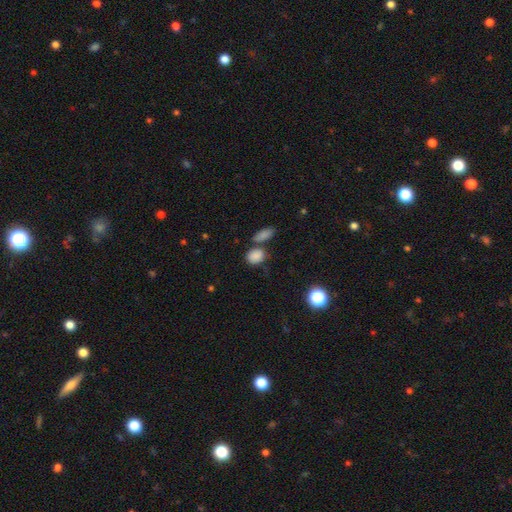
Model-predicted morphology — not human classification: smooth 84%, star or artifact 11%, featured or disk 5%. Down the decision tree: how rounded — in between (51%); merging — none (57%).